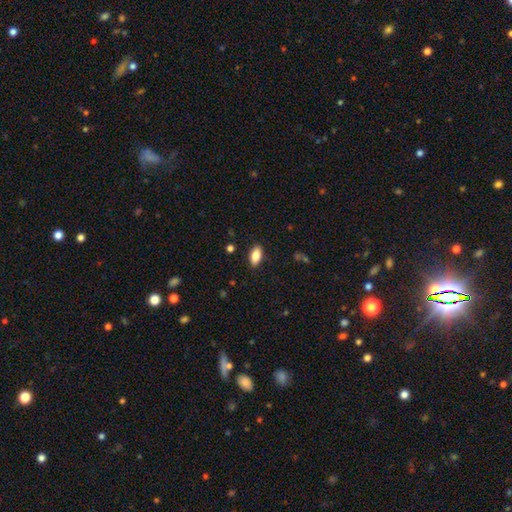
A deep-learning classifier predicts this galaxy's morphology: Overall: smooth (82%). How rounded: in between (89%). Merging: none (88%).